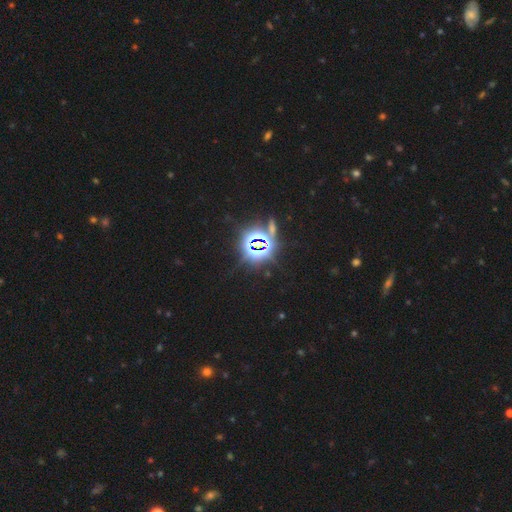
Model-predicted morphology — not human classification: A star or artifact, not a galaxy (81%).